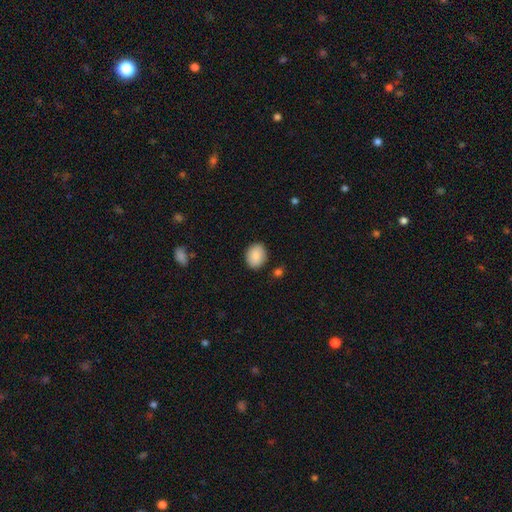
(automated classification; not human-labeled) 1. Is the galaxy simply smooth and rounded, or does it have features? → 88% smooth, 7% star or artifact, 4% featured or disk.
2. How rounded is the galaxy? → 55% in between, 44% round, 1% cigar-shaped.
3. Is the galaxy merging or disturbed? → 86% none, 9% minor disturbance, 2% major disturbance, 2% merger.